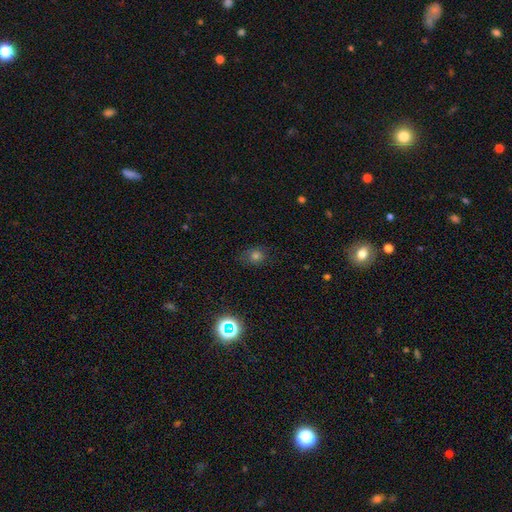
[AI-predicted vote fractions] Q: Smooth or featured?
A: smooth (65%); runner-up: star or artifact (27%)
Q: How rounded?
A: round (70%); runner-up: in between (29%)
Q: Merging?
A: none (78%); runner-up: minor disturbance (16%)